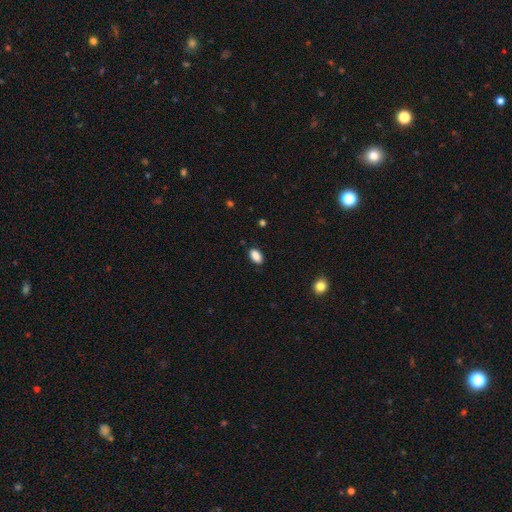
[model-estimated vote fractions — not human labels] Smooth or featured? Predicted: smooth (p=0.88). How rounded? Predicted: in between (p=0.91). Merging? Predicted: none (p=0.86).